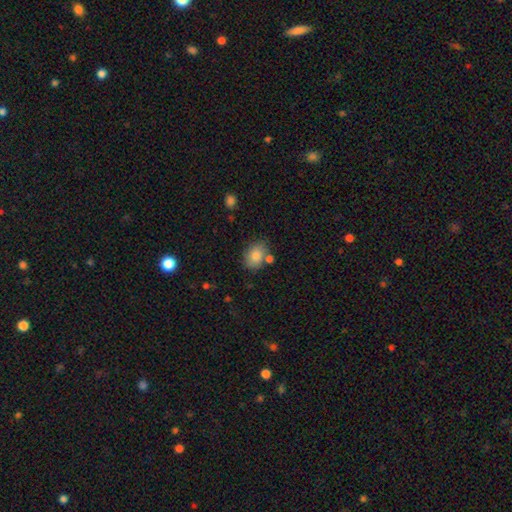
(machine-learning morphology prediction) This appears to be a smooth galaxy with no disk features (84%) that is in between round and cigar-shaped (67%). Merging: none (68%).